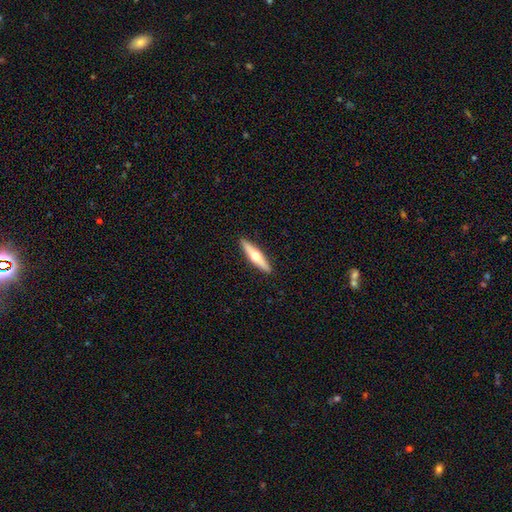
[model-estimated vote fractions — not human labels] Smooth or featured: featured or disk — 54% (smooth — 41%)
Edge-on disk: yes — 94% (no — 6%)
Edge-on bulge: rounded — 94% (none — 4%)
Merging: none — 92% (minor disturbance — 6%)